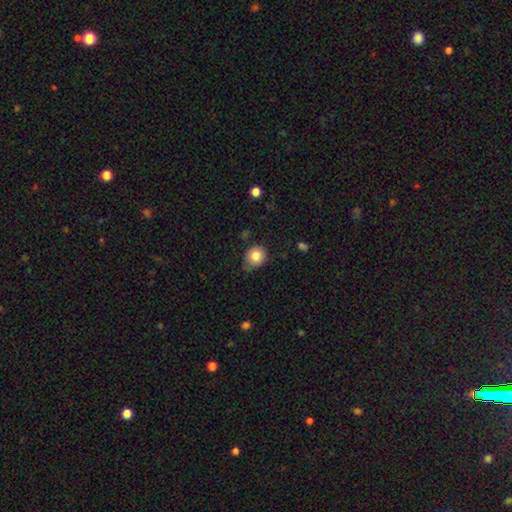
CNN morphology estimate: A smooth galaxy with no disk features (82%) that is round (81%).

Vote fractions:
- Smooth or featured? smooth: 82% / star or artifact: 10% / featured or disk: 8%
- How rounded? round: 81% / in between: 18% / cigar-shaped: 1%
- Merging? none: 73% / minor disturbance: 21% / major disturbance: 4% / merger: 2%